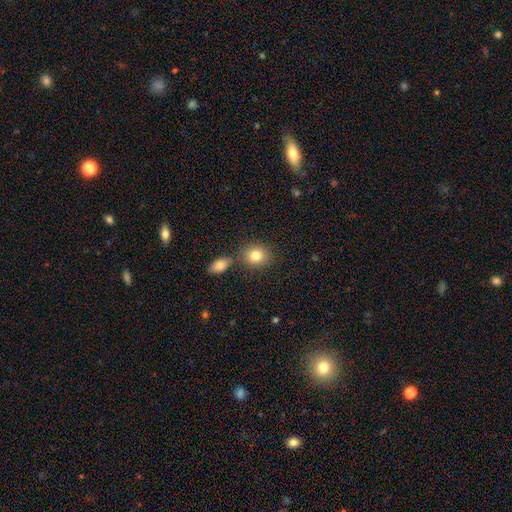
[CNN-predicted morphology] smooth-or-featured: smooth: 83% | star or artifact: 9% | featured or disk: 8%
  how-rounded: round: 63% | in between: 36% | cigar-shaped: 1%
  merging: none: 71% | merger: 15% | minor disturbance: 10% | major disturbance: 3%